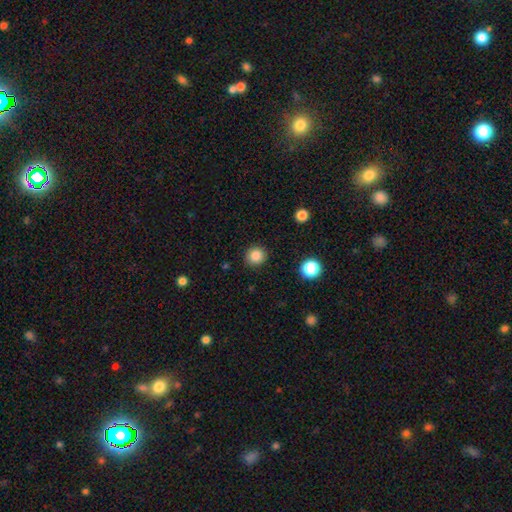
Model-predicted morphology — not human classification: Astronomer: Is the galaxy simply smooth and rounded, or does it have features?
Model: smooth — 86%.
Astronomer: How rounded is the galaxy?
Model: round — 92%.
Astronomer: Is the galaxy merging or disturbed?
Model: none — 90%.